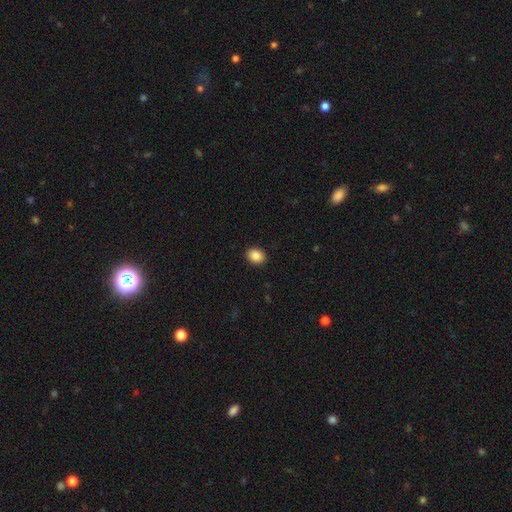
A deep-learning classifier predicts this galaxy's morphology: This is clearly a smooth galaxy (88%). How rounded: possibly in between (57%). Merging: clearly none (91%).